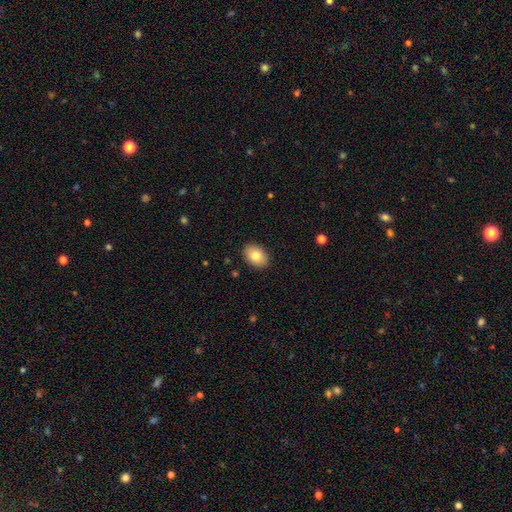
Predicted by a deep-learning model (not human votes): Smooth or featured? smooth (82%)
How rounded? in between (80%)
Merging? none (89%)